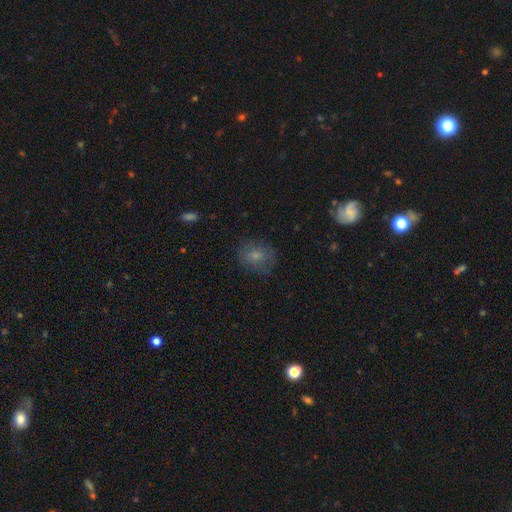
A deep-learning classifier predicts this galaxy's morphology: smooth_or_featured: smooth (p=0.70) [alt: featured or disk p=0.19]
how_rounded: round (p=0.58) [alt: in between p=0.41]
merging: none (p=0.73) [alt: minor disturbance p=0.18]